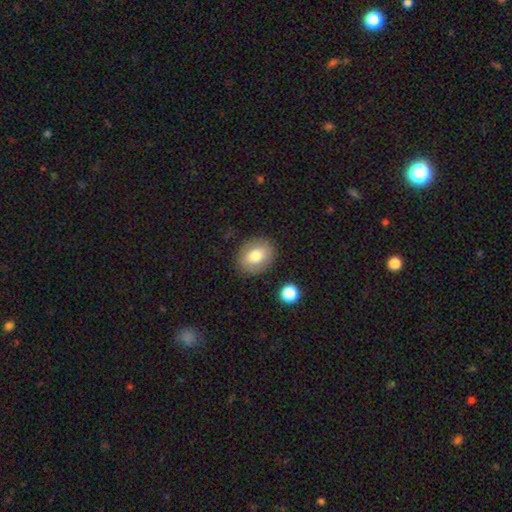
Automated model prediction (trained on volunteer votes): This is likely a smooth galaxy (73%). How rounded: possibly in between (51%). Merging: clearly none (84%).